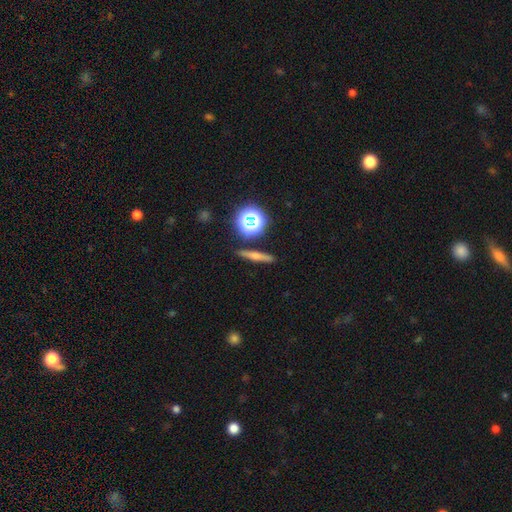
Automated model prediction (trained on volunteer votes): A smooth galaxy with no disk features (49%). Merging: none (87%).